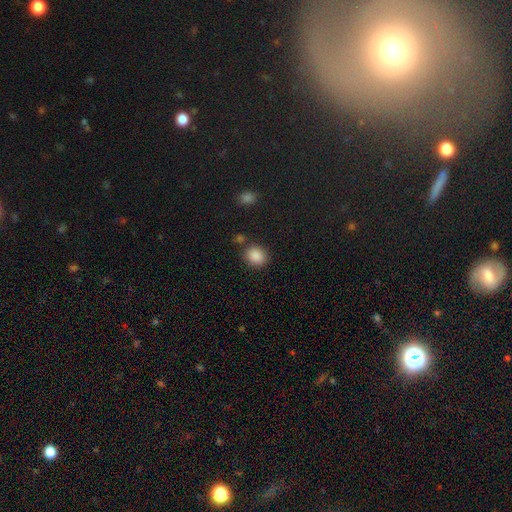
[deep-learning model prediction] smooth 88%, star or artifact 9%, featured or disk 4%. Down the decision tree: how rounded — round (63%); merging — none (79%).